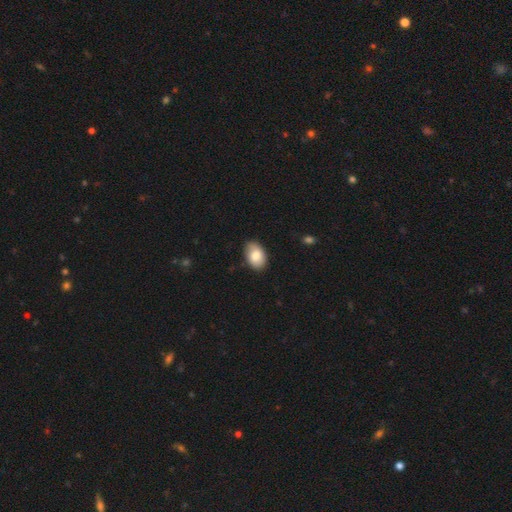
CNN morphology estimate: This appears to be a smooth galaxy with no disk features (83%) that is in between round and cigar-shaped (88%). Merging: none (84%).